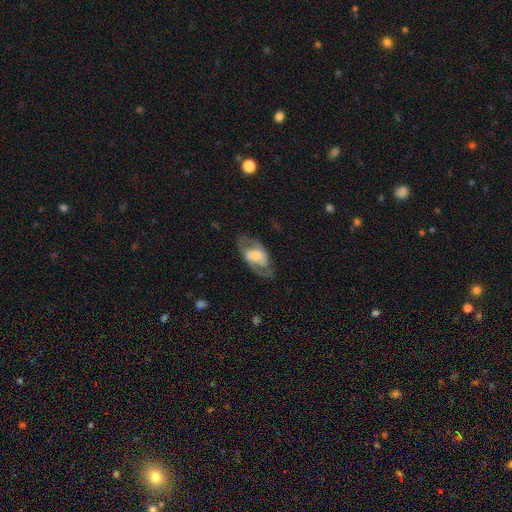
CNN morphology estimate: Overall: featured or disk (63%; smooth 31%). Edge-on disk: no (90%). Bar: no (39%; weak 37%). Spiral arms: yes (65%; no 35%). Bulge size: moderate (43%; small 32%). Merging: none (68%).